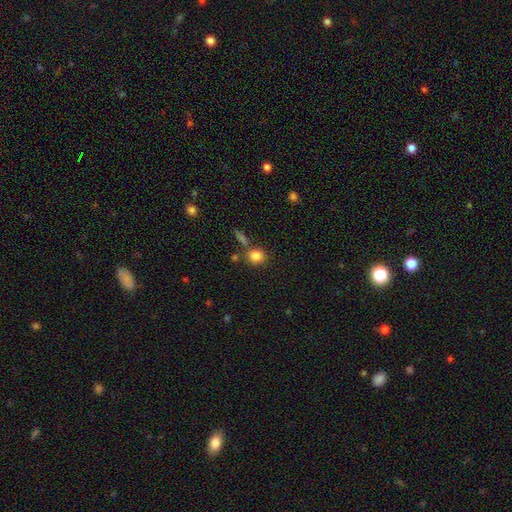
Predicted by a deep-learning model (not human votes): Morphology: type=smooth (84%); roundness=round (80%); merging=none (70%).